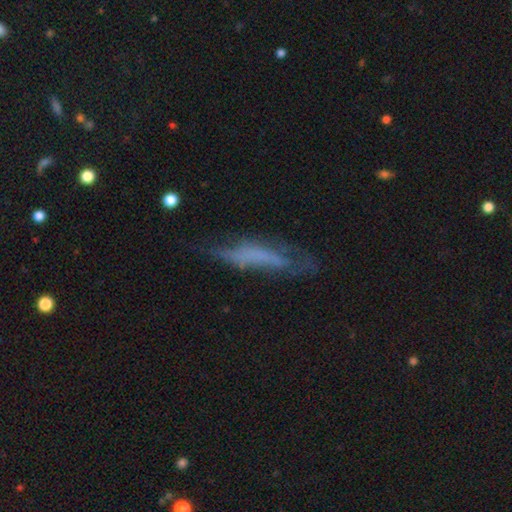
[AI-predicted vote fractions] Smooth or featured: featured or disk — 46% (smooth — 42%)
Merging: none — 48% (minor disturbance — 29%)